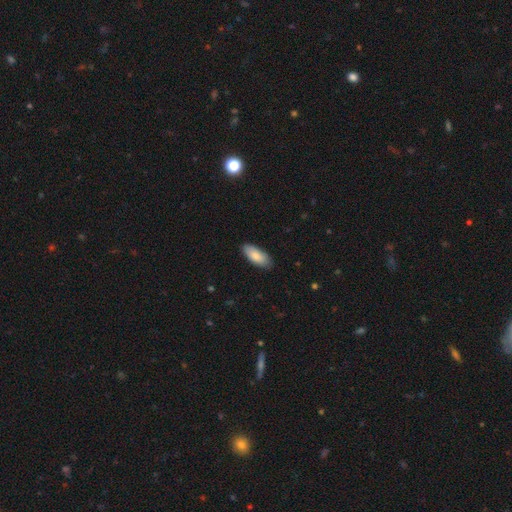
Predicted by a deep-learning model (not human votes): A smooth galaxy with no disk features (85%) that is in between round and cigar-shaped (85%). Merging: none (85%).